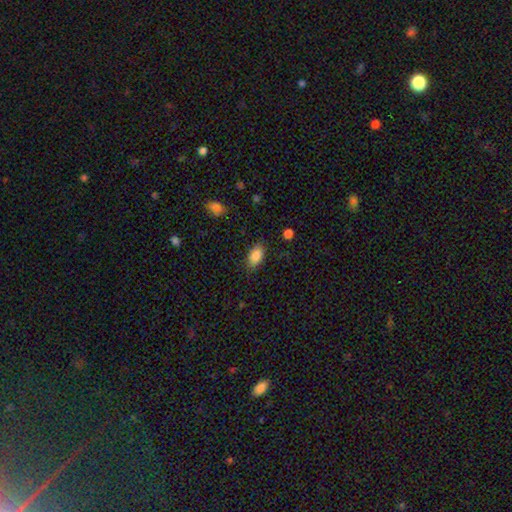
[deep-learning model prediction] This appears to be a smooth galaxy with no disk features (86%) that is in between round and cigar-shaped (91%). Merging: none (84%).